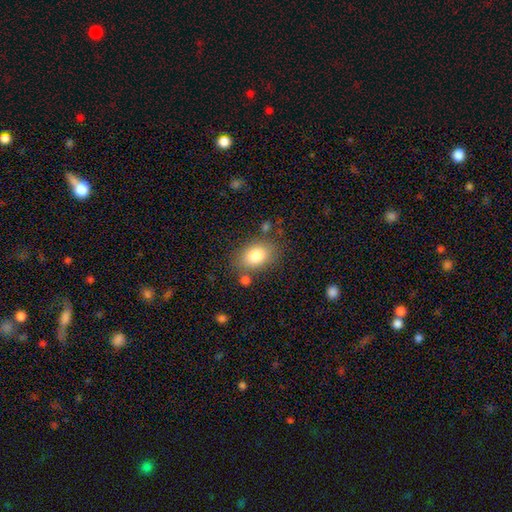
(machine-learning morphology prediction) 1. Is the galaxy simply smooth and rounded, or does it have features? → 82% smooth, 9% featured or disk, 8% star or artifact.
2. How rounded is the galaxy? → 76% in between, 23% round, 1% cigar-shaped.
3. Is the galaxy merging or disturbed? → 75% none, 15% minor disturbance, 6% merger, 5% major disturbance.